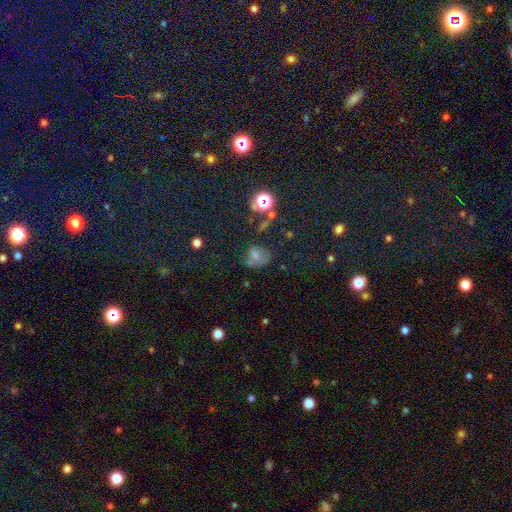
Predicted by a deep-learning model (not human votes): Smooth or featured: smooth — 60% (star or artifact — 24%)
How rounded: round — 58% (in between — 41%)
Merging: none — 47% (minor disturbance — 25%)